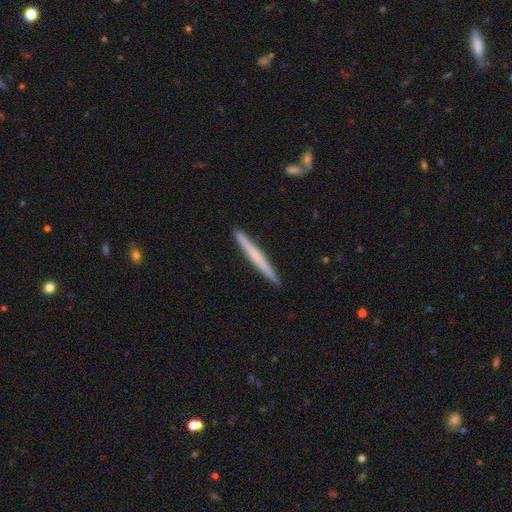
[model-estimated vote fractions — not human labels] A smooth galaxy with no disk features (48%).

Vote fractions:
- Smooth or featured? smooth: 48% / featured or disk: 47% / star or artifact: 5%
- Merging? none: 92% / minor disturbance: 5% / merger: 1% / major disturbance: 1%